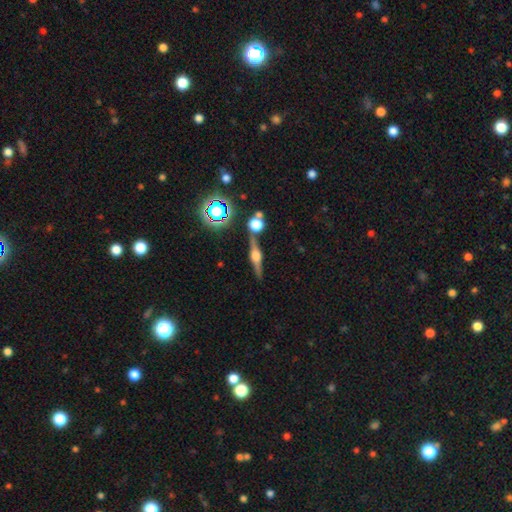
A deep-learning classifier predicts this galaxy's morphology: A featured or disk galaxy (77%) viewed edge-on (96%) with a rounded central bulge (92%).

Vote fractions:
- Smooth or featured? featured or disk: 77% / smooth: 14% / star or artifact: 9%
- Edge-on disk? yes: 96% / no: 4%
- Edge-on bulge? rounded: 92% / boxy: 6% / none: 2%
- Merging? none: 80% / minor disturbance: 9% / merger: 7% / major disturbance: 3%